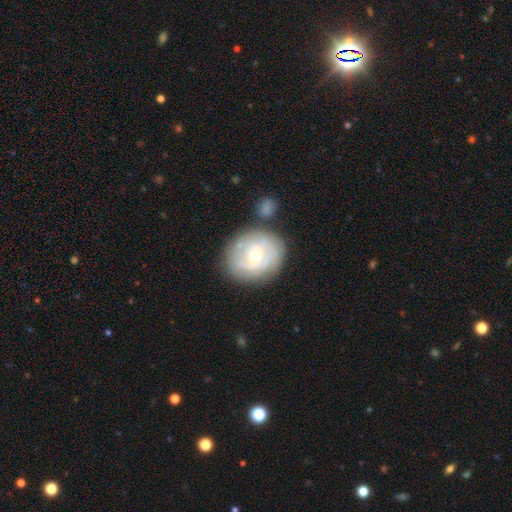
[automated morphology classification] smooth-or-featured: featured or disk: 67% | smooth: 27% | star or artifact: 6%
  disk-edge-on: no: 97% | yes: 3%
    bar: no: 69% | weak: 26% | strong: 5%
    has-spiral-arms: yes: 76% | no: 24%
    bulge-size: moderate: 50% | small: 46% | large: 2% | none: 1% | dominant: 1%
  merging: none: 67% | minor disturbance: 17% | merger: 9% | major disturbance: 6%